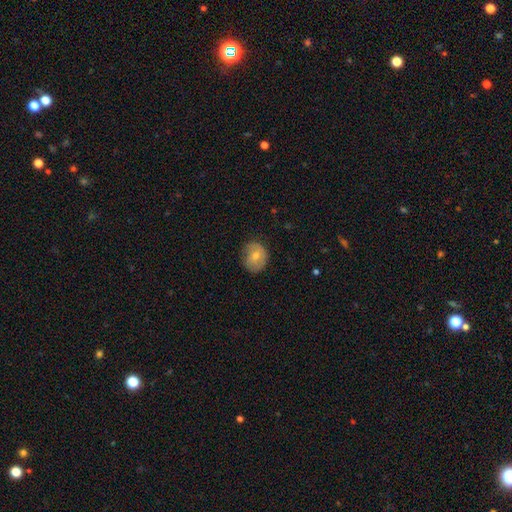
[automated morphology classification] smooth_or_featured: smooth (p=0.68) [alt: featured or disk p=0.24]
how_rounded: round (p=0.64) [alt: in between p=0.35]
merging: none (p=0.69) [alt: minor disturbance p=0.23]